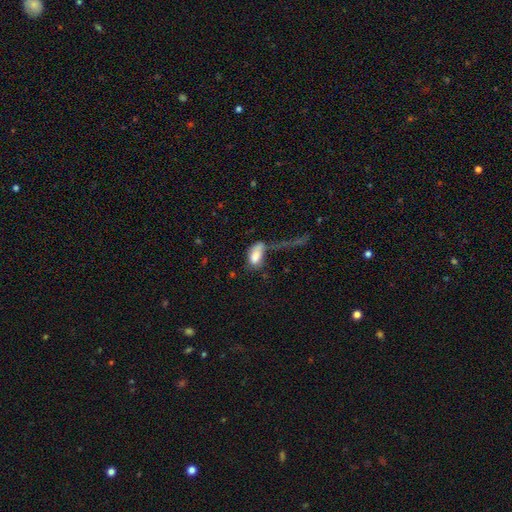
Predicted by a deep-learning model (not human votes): This appears to be a smooth galaxy with no disk features (73%) that is in between round and cigar-shaped (91%). Merging: major disturbance (44%).